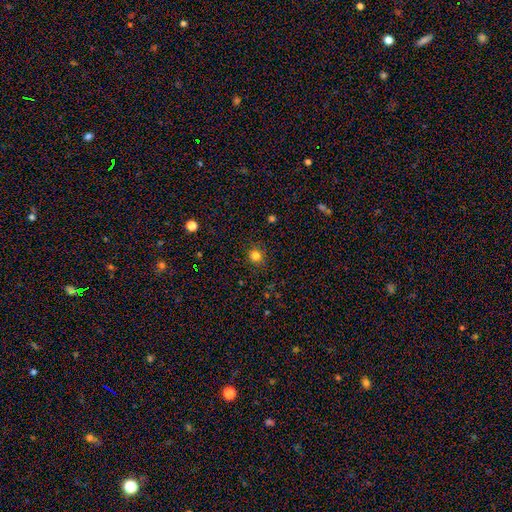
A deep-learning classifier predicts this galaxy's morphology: Smooth or featured: smooth — 81% (star or artifact — 14%)
How rounded: round — 91% (in between — 8%)
Merging: none — 89% (minor disturbance — 8%)